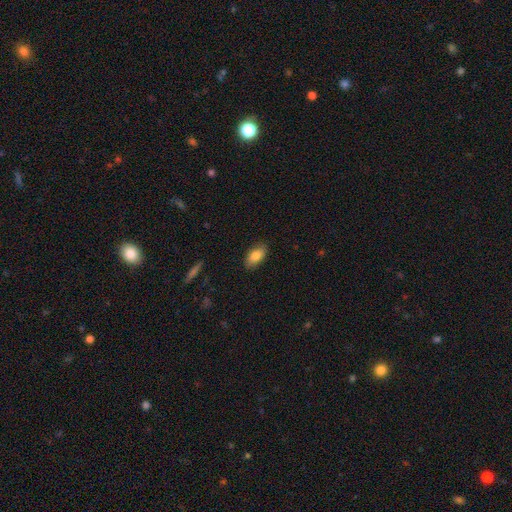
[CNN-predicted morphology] Q: Smooth or featured?
A: smooth (84%); runner-up: featured or disk (10%)
Q: How rounded?
A: in between (91%); runner-up: cigar-shaped (6%)
Q: Merging?
A: none (86%); runner-up: minor disturbance (11%)